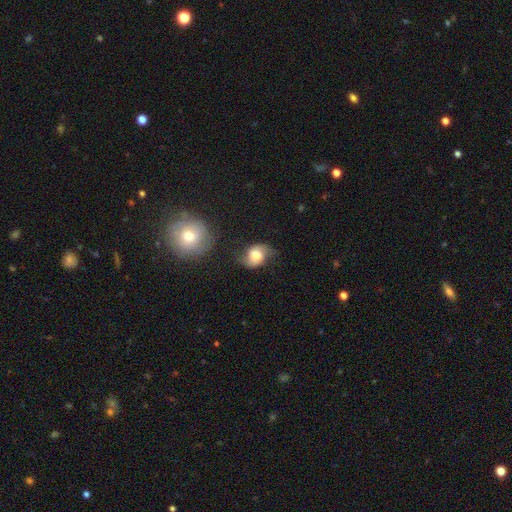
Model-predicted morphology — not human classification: Smooth or featured? smooth (48%)
Merging? none (60%)